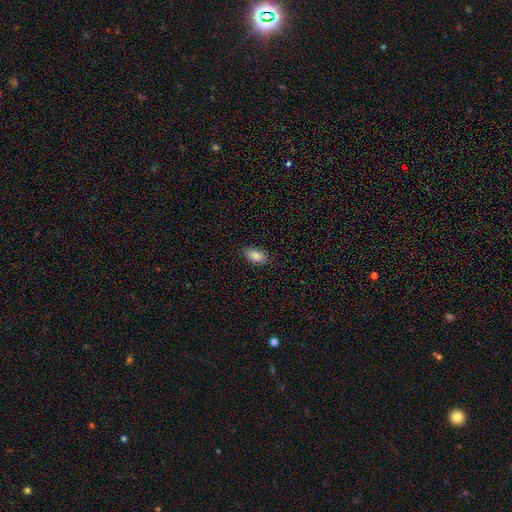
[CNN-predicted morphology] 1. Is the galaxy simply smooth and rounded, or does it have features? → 88% smooth, 7% star or artifact, 4% featured or disk.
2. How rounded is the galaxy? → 92% in between, 4% cigar-shaped, 4% round.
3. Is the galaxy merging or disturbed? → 87% none, 10% minor disturbance, 2% major disturbance, 1% merger.